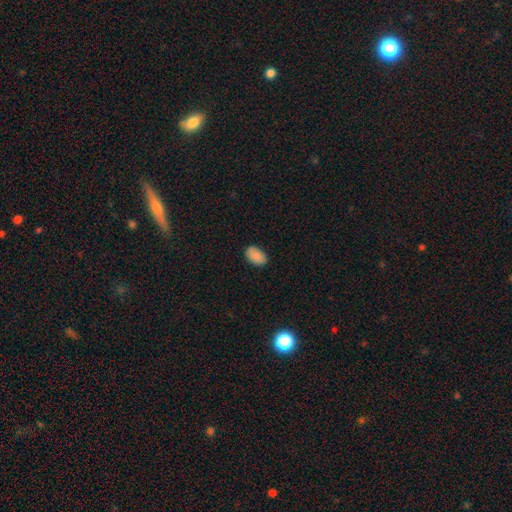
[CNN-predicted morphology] Overall: smooth (88%). How rounded: in between (91%). Merging: none (85%).